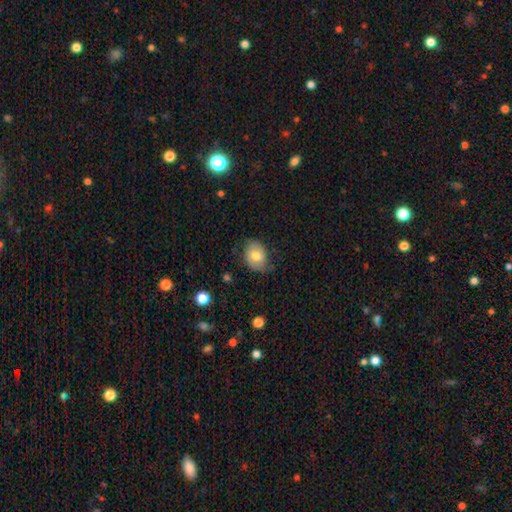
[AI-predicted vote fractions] Q: Smooth or featured?
A: smooth (69%); runner-up: featured or disk (24%)
Q: How rounded?
A: in between (59%); runner-up: round (40%)
Q: Merging?
A: none (65%); runner-up: minor disturbance (27%)